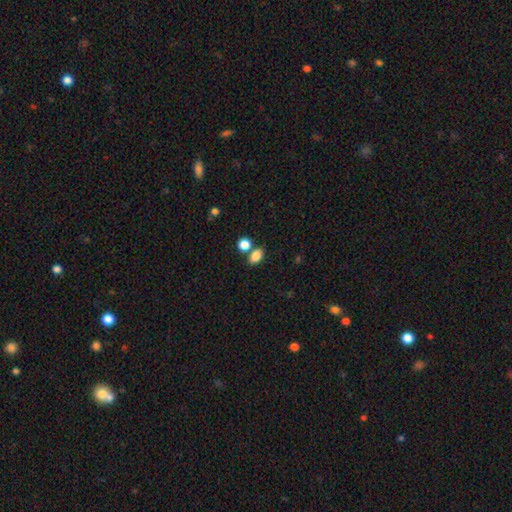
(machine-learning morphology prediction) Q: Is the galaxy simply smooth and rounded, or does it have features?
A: smooth — 84%.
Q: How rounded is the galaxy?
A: in between — 80%.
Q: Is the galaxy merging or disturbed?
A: none — 63%.